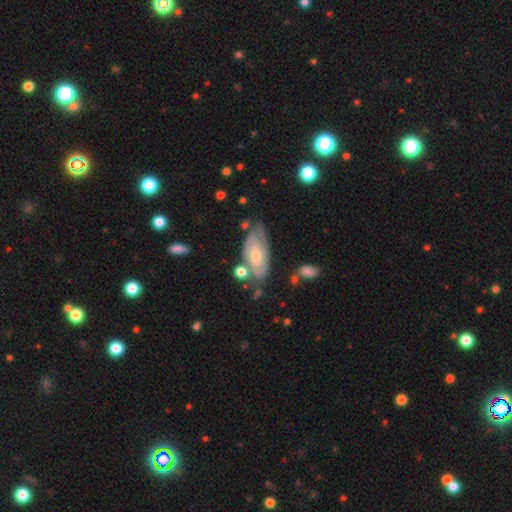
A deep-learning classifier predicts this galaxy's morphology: The model was most divided on "bulge size" (2-way tie): moderate: 47%, small: 47%, large: 3%, none: 2%, dominant: 1%. More confident: edge-on disk — no (91%); spiral arms — yes (79%); bar — no (70%); smooth or featured — featured or disk (64%); merging — none (57%).